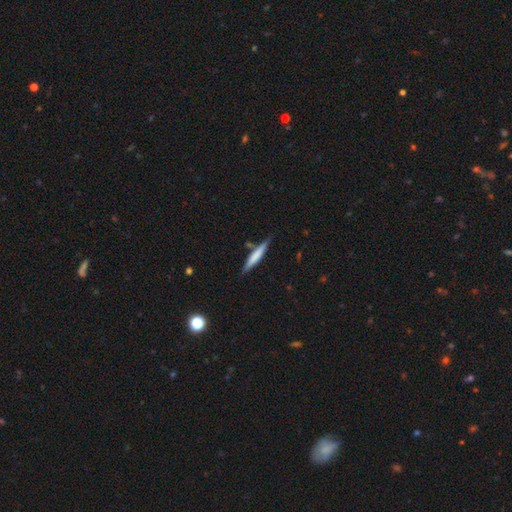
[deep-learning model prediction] Morphology: type=smooth (61%); roundness=cigar-shaped (94%); merging=none (82%).